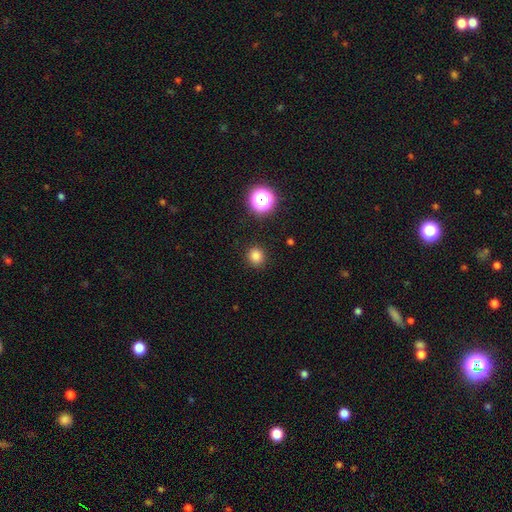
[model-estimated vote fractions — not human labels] smooth-or-featured: smooth: 81% | star or artifact: 15% | featured or disk: 4%
  how-rounded: round: 89% | in between: 10% | cigar-shaped: 1%
  merging: none: 90% | minor disturbance: 6% | major disturbance: 2% | merger: 1%